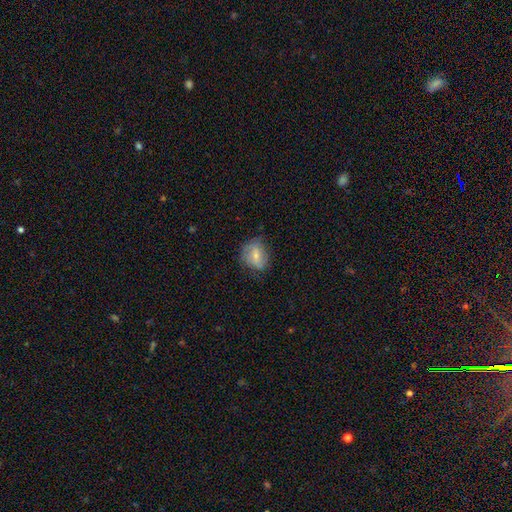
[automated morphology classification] This appears to be a smooth galaxy with no disk features (62%) that is round (55%). Merging: none (62%).